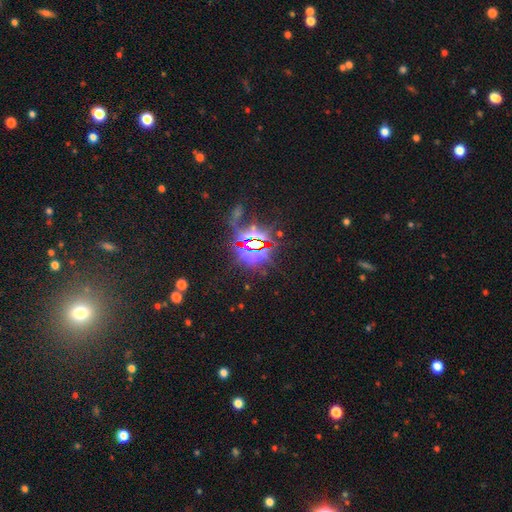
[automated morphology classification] This is likely a star or artifact rather than a galaxy (79%).